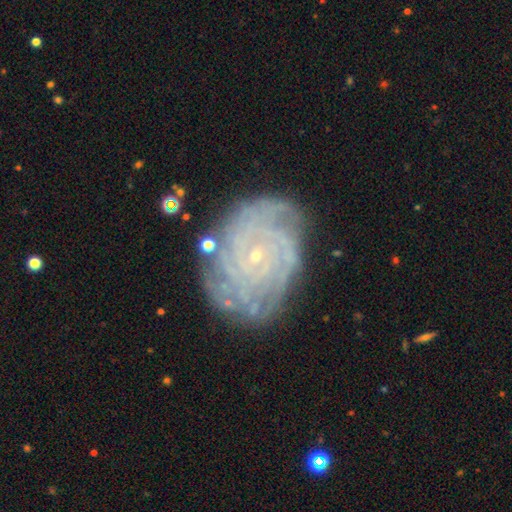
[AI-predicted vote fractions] A featured or disk galaxy (85%) with no bar (79%), tight (83%) spiral arms (97%) and a small central bulge (90%).

Vote fractions:
- Smooth or featured? featured or disk: 85% / smooth: 8% / star or artifact: 7%
- Edge-on disk? no: 97% / yes: 3%
- Bar? no: 79% / weak: 16% / strong: 4%
- Spiral arms? yes: 97% / no: 3%
- Spiral winding? tight: 83% / medium: 14% / loose: 3%
- Spiral arm count? can't tell: 27% / 4: 22% / more than 4: 21% / 3: 13% / 2: 10% / 1: 7%
- Bulge size? small: 90% / moderate: 7% / none: 2% / large: 1% / dominant: 1%
- Merging? none: 77% / minor disturbance: 16% / major disturbance: 5% / merger: 2%